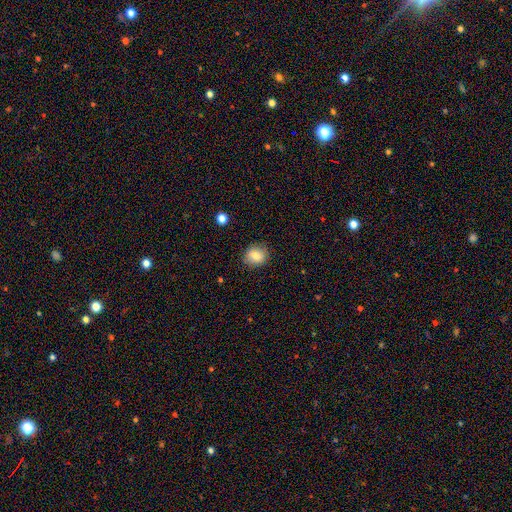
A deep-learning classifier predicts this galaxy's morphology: A smooth galaxy with no disk features (80%) that is round (64%).

Vote fractions:
- Smooth or featured? smooth: 80% / featured or disk: 11% / star or artifact: 9%
- How rounded? round: 64% / in between: 35% / cigar-shaped: 1%
- Merging? none: 84% / minor disturbance: 12% / major disturbance: 3% / merger: 1%